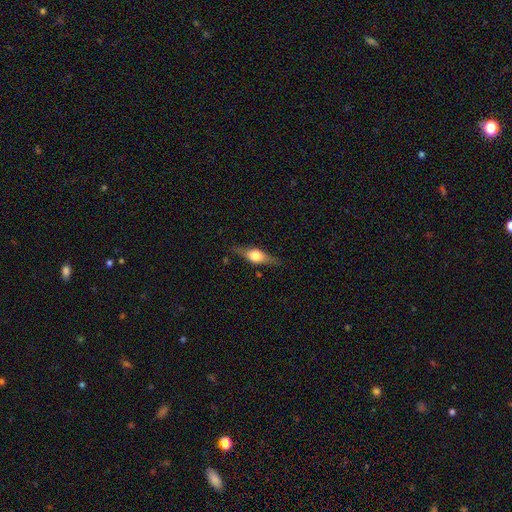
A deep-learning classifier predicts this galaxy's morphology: A featured or disk galaxy (61%) viewed edge-on (93%) with a rounded central bulge (93%).

Vote fractions:
- Smooth or featured? featured or disk: 61% / smooth: 32% / star or artifact: 7%
- Edge-on disk? yes: 93% / no: 7%
- Edge-on bulge? rounded: 93% / boxy: 5% / none: 1%
- Merging? none: 81% / minor disturbance: 14% / major disturbance: 4% / merger: 1%